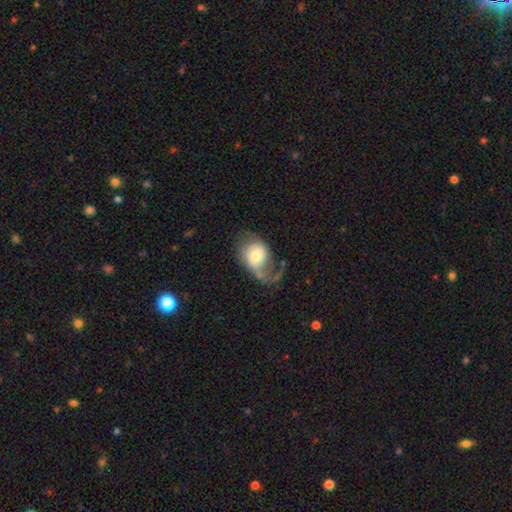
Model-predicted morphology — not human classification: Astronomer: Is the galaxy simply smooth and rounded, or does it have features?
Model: featured or disk — 47% (runner-up: smooth, 46%).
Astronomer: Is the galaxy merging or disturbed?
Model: major disturbance — 49% (runner-up: none, 26%).